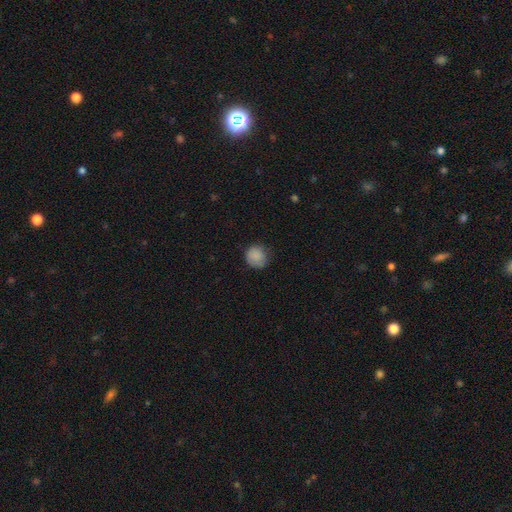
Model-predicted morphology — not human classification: type=smooth (87%); roundness=round (88%); merging=none (76%).